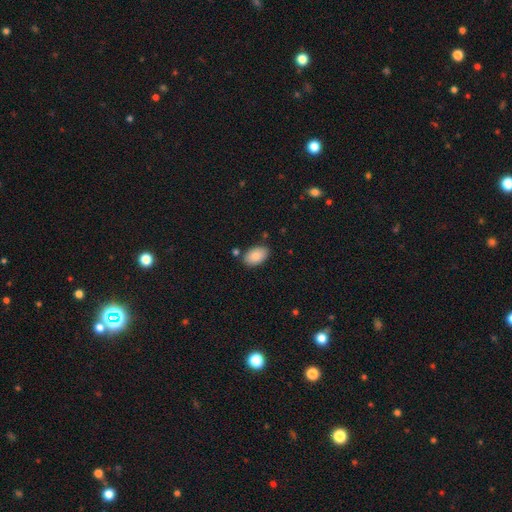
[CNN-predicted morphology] A smooth galaxy with no disk features (86%) that is in between round and cigar-shaped (93%).

Vote fractions:
- Smooth or featured? smooth: 86% / featured or disk: 7% / star or artifact: 7%
- How rounded? in between: 93% / round: 6% / cigar-shaped: 1%
- Merging? none: 81% / minor disturbance: 12% / merger: 4% / major disturbance: 3%